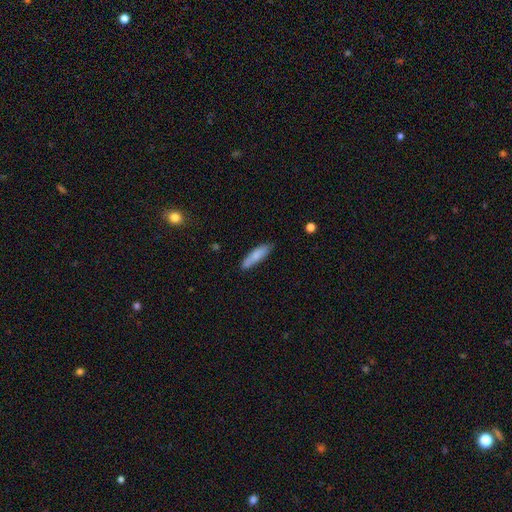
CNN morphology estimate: The model was most divided on "how rounded": cigar-shaped: 67%, in between: 31%, round: 2%. More confident: smooth or featured — smooth (79%); merging — none (78%).